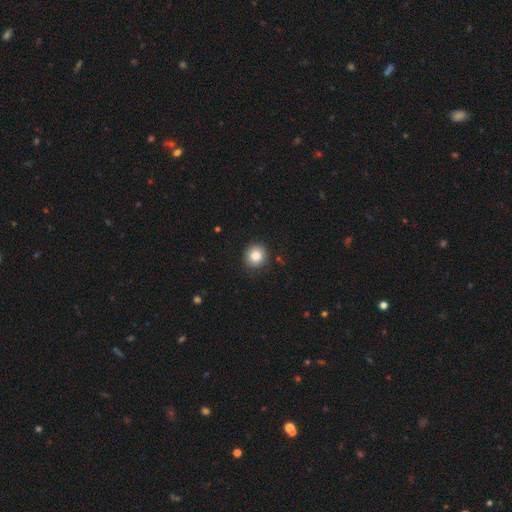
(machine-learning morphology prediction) This is clearly a smooth galaxy (84%). How rounded: clearly round (87%). Merging: clearly none (90%).